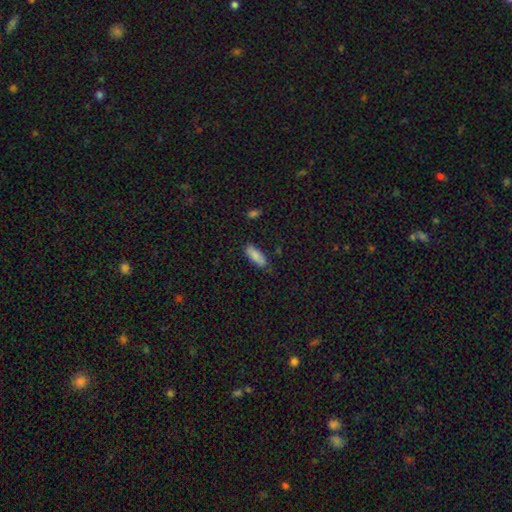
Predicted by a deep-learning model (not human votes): This is clearly a smooth galaxy (85%). How rounded: likely in between (69%). Merging: likely none (72%).